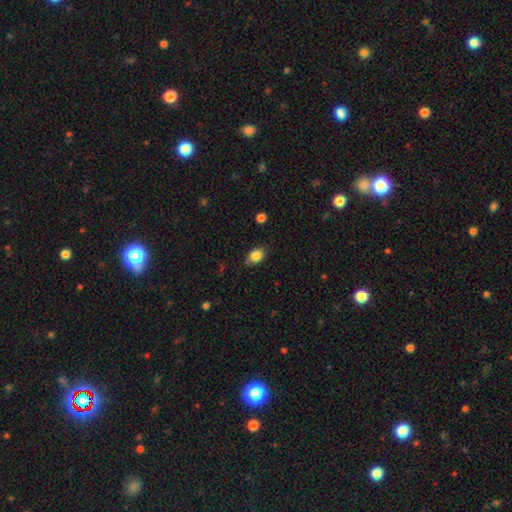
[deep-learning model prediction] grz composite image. It shows a smooth galaxy with no disk features (86%) that is in between round and cigar-shaped (78%). Merging: none (77%).